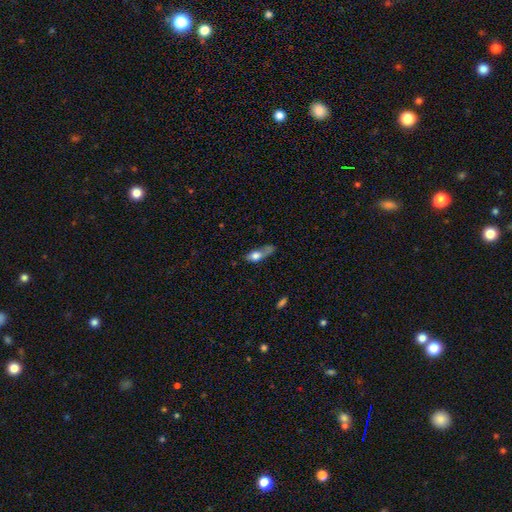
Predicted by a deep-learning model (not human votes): smooth_or_featured: smooth (p=0.67) [alt: featured or disk p=0.25]
how_rounded: in between (p=0.67) [alt: cigar-shaped p=0.22]
merging: major disturbance (p=0.34) [alt: none p=0.27]